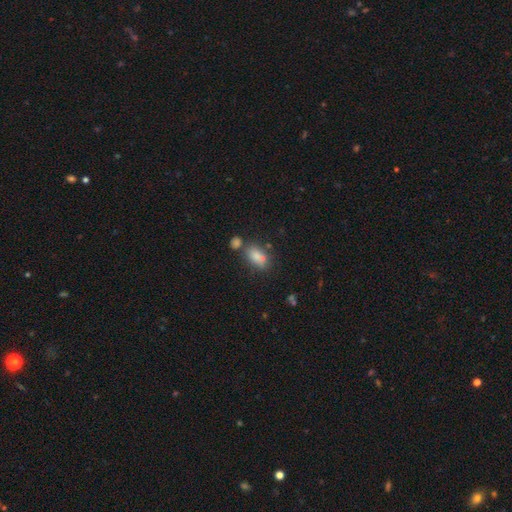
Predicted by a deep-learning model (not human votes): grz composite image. It shows a smooth galaxy with no disk features (77%) that is in between round and cigar-shaped (83%). Merging: none (53%).